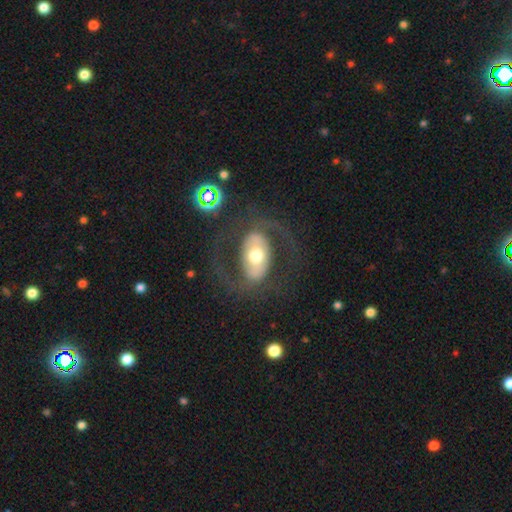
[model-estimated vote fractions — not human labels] A featured or disk galaxy (67%) with no bar (46%), spiral arms (62%) and a moderate central bulge (64%). Merging: none (70%).